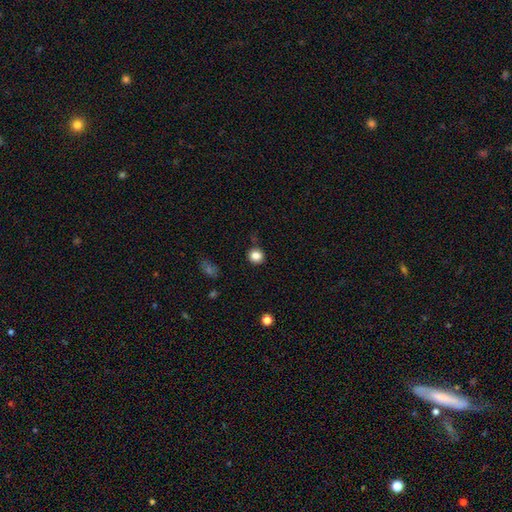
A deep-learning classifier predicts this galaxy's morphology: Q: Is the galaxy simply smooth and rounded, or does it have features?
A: smooth — 83%.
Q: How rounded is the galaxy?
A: round — 89%.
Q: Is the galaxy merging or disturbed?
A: none — 82%.